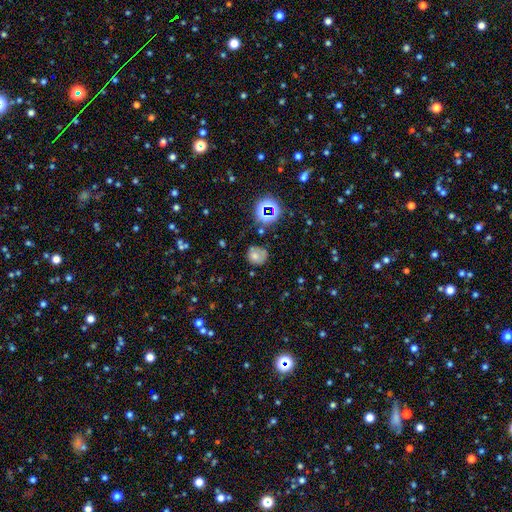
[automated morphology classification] type=smooth (61%); roundness=round (78%); merging=none (53%).